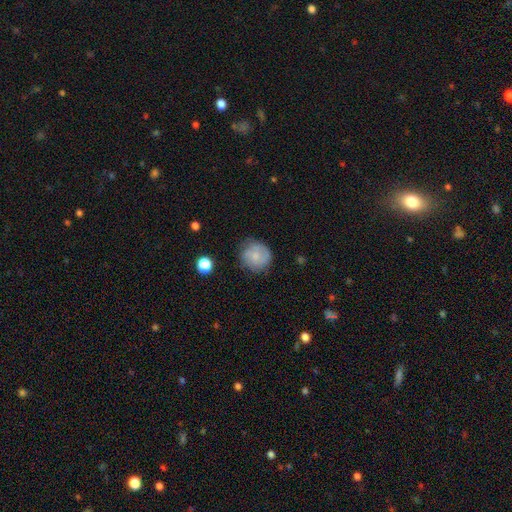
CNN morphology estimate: smooth-or-featured: smooth: 60% | featured or disk: 32% | star or artifact: 8%
  how-rounded: round: 87% | in between: 12% | cigar-shaped: 1%
  merging: none: 71% | minor disturbance: 21% | major disturbance: 6% | merger: 2%